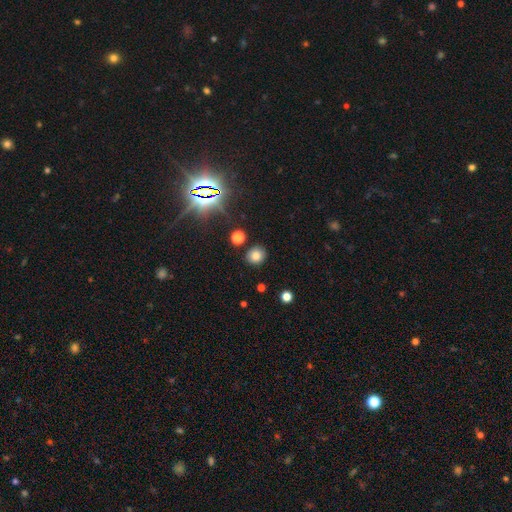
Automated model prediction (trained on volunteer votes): A smooth galaxy with no disk features (77%) that is round (82%). Merging: none (85%).